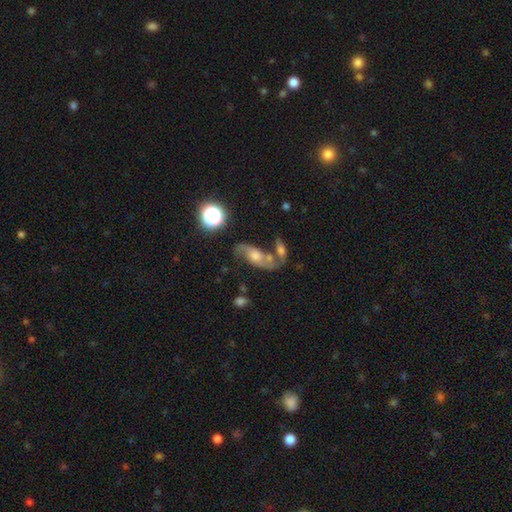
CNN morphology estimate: Smooth or featured: featured or disk — 69% (smooth — 18%)
Edge-on disk: no — 89% (yes — 11%)
Bar: no — 65% (weak — 28%)
Spiral arms: yes — 90% (no — 10%)
Spiral winding: loose — 62% (medium — 30%)
Spiral arm count: 2 — 89% (can't tell — 5%)
Bulge size: moderate — 52% (large — 20%)
Merging: none — 45% (merger — 30%)